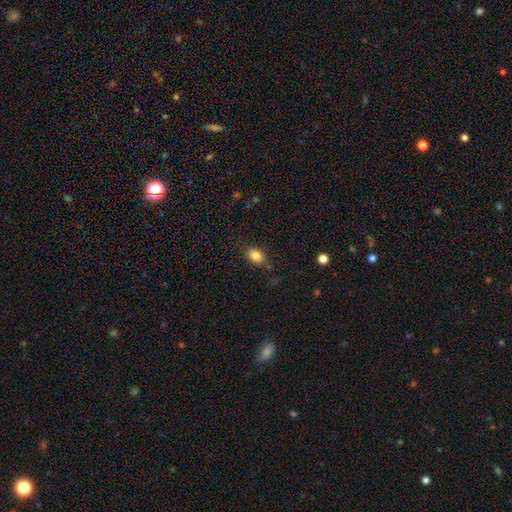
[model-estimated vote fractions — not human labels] smooth_or_featured: smooth (p=0.84) [alt: star or artifact p=0.10]
how_rounded: in between (p=0.73) [alt: round p=0.26]
merging: none (p=0.81) [alt: minor disturbance p=0.13]